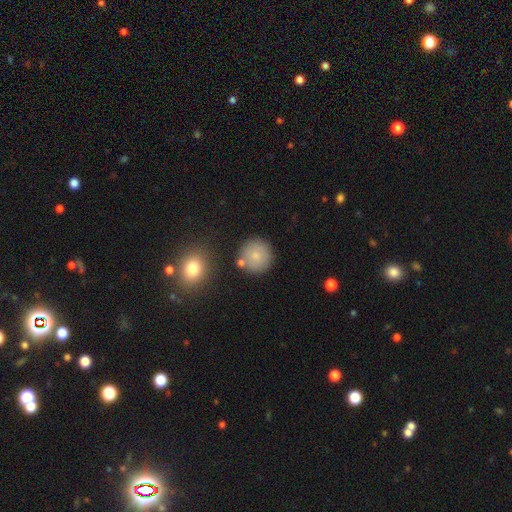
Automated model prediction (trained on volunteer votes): A smooth galaxy with no disk features (79%) that is round (94%). Merging: none (79%).